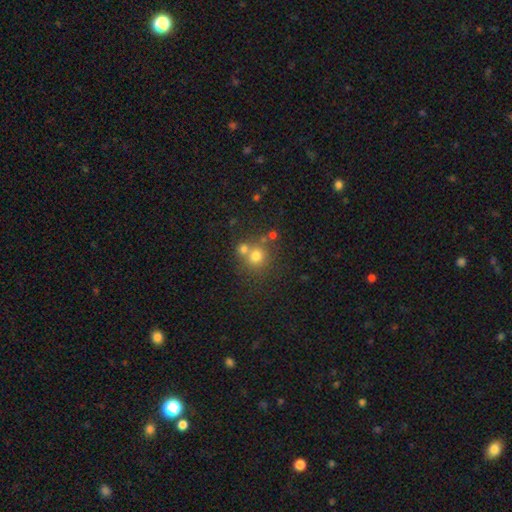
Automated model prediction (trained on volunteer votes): Overall: smooth (72%). How rounded: round (88%). Merging: none (54%; merger 34%).